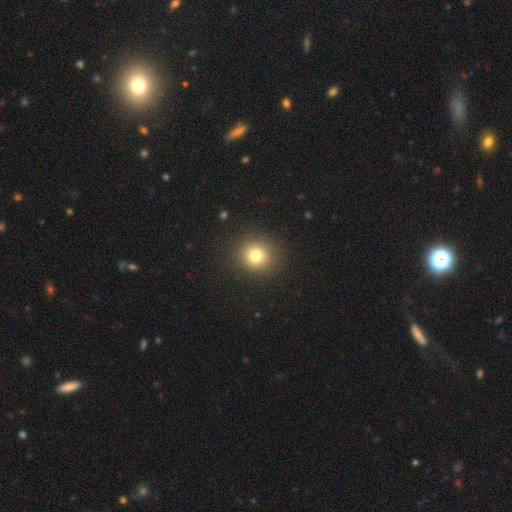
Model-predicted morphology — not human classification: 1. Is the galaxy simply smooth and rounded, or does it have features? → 78% smooth, 13% star or artifact, 9% featured or disk.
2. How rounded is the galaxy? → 89% round, 11% in between, 1% cigar-shaped.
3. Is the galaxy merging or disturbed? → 89% none, 7% minor disturbance, 3% major disturbance, 1% merger.